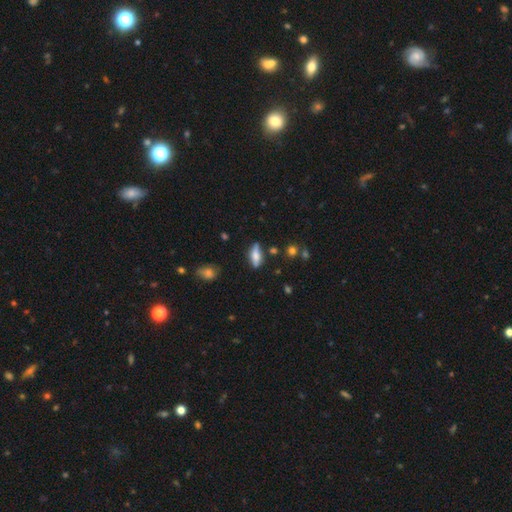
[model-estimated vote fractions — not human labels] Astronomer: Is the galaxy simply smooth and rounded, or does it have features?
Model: smooth — 56% (runner-up: featured or disk, 37%).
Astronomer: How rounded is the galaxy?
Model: in between — 63%.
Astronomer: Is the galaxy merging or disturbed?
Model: none — 74%.